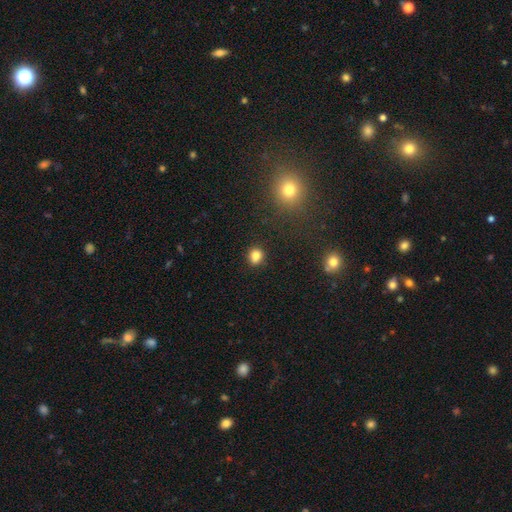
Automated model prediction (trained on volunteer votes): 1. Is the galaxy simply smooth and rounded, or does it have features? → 82% smooth, 13% star or artifact, 5% featured or disk.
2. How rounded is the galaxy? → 69% round, 30% in between, 1% cigar-shaped.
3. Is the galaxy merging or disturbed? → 85% none, 10% minor disturbance, 3% merger, 3% major disturbance.